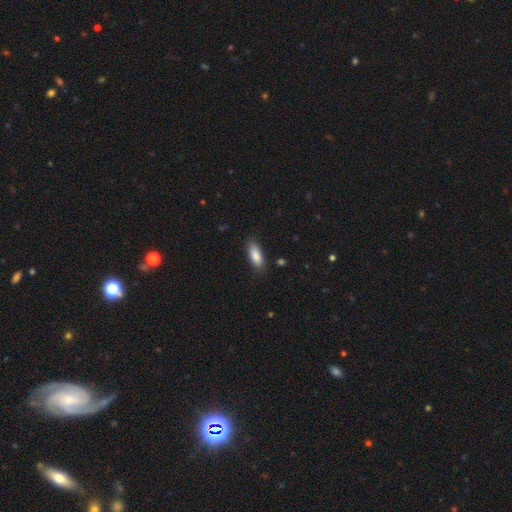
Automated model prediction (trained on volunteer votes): smooth_or_featured: smooth (p=0.86) [alt: featured or disk p=0.07]
how_rounded: in between (p=0.77) [alt: cigar-shaped p=0.21]
merging: none (p=0.81) [alt: minor disturbance p=0.14]